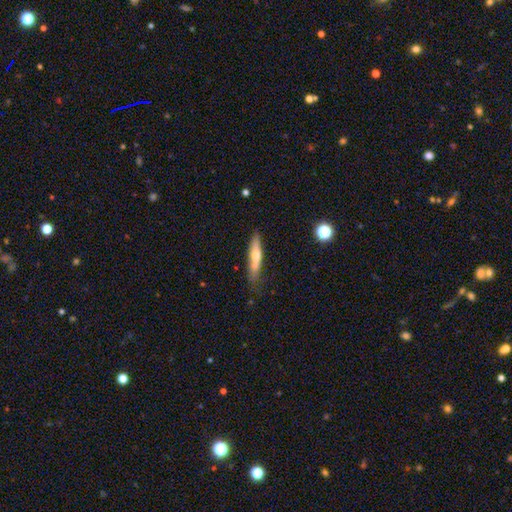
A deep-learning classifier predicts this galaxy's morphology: This appears to be a smooth galaxy with no disk features (52%) that is cigar-shaped (82%). Merging: none (66%).